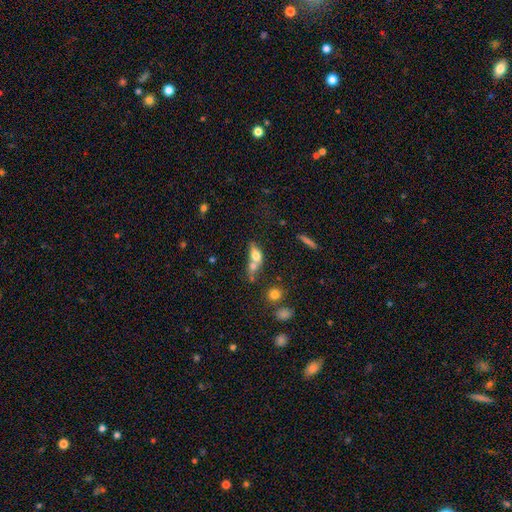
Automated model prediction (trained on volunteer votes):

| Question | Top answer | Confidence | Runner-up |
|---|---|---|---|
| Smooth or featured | smooth | 66% | featured or disk (23%) |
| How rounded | in between | 65% | round (23%) |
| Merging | merger | 64% | none (19%) |